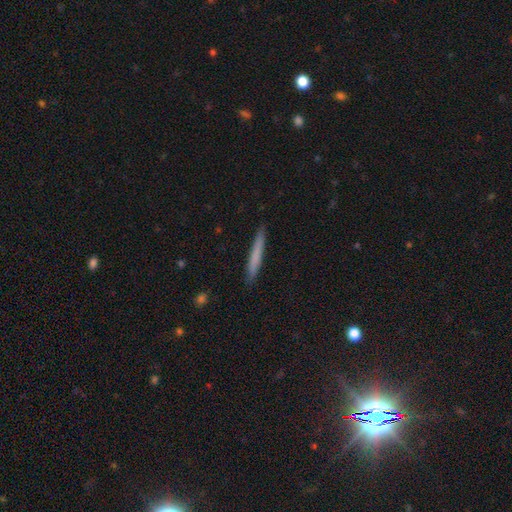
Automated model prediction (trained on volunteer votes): Morphology: type=smooth (70%); roundness=cigar-shaped (97%); merging=none (89%).